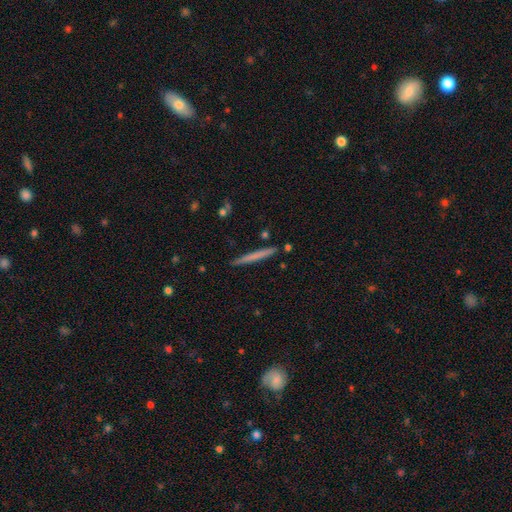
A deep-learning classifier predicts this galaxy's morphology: smooth-or-featured: smooth: 63% | featured or disk: 32% | star or artifact: 6%
  how-rounded: cigar-shaped: 97% | in between: 2% | round: 1%
  merging: none: 90% | minor disturbance: 7% | merger: 2% | major disturbance: 1%